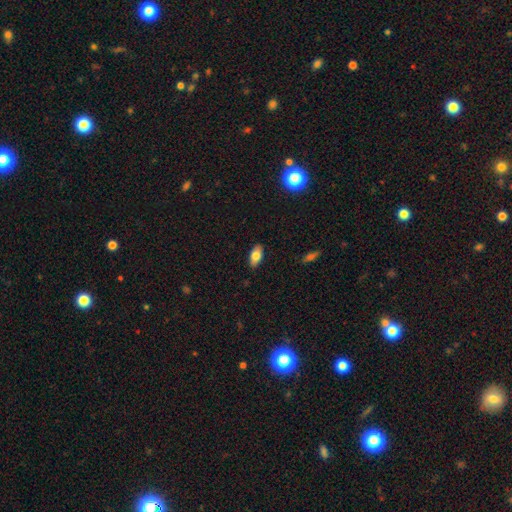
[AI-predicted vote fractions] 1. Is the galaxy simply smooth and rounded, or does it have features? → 77% smooth, 15% featured or disk, 7% star or artifact.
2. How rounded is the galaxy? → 90% in between, 7% cigar-shaped, 3% round.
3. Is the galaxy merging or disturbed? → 88% none, 10% minor disturbance, 2% major disturbance, 1% merger.